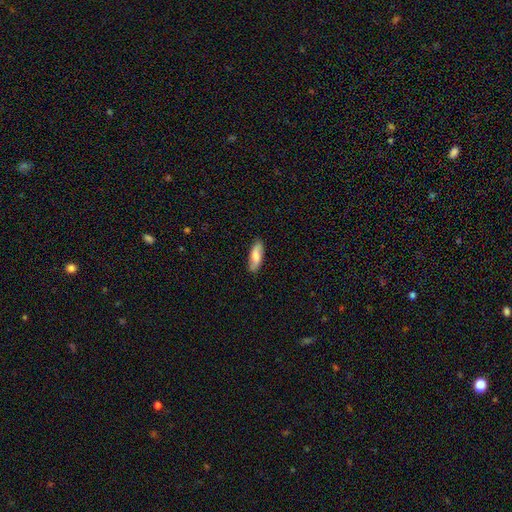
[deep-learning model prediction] Overall: smooth (64%; featured or disk 30%). How rounded: in between (67%; cigar-shaped 30%). Merging: none (84%).